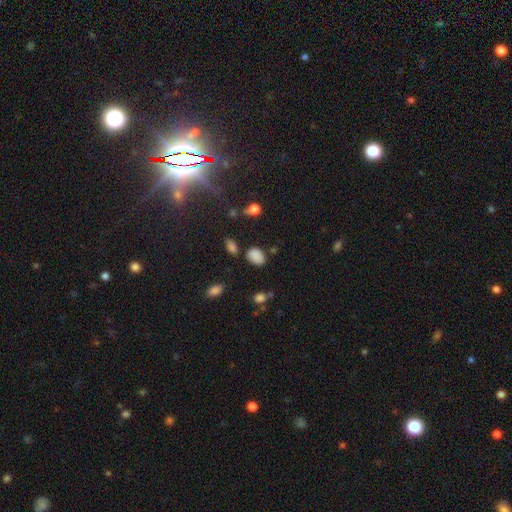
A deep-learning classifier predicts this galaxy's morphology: Smooth or featured? Predicted: smooth (p=0.83). How rounded? Predicted: in between (p=0.75). Merging? Predicted: none (p=0.73).